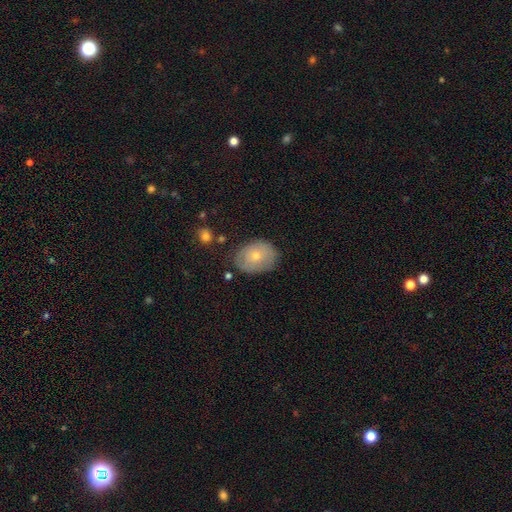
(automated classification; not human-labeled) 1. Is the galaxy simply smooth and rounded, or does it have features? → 60% smooth, 33% featured or disk, 7% star or artifact.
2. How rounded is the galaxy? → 71% in between, 28% round, 1% cigar-shaped.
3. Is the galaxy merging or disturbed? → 71% none, 21% minor disturbance, 5% major disturbance, 2% merger.